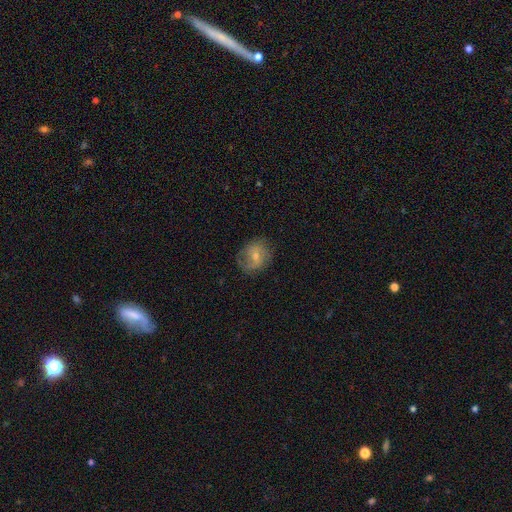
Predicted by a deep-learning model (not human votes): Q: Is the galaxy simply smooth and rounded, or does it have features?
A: smooth — 47%.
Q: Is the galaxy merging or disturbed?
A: none — 70%.